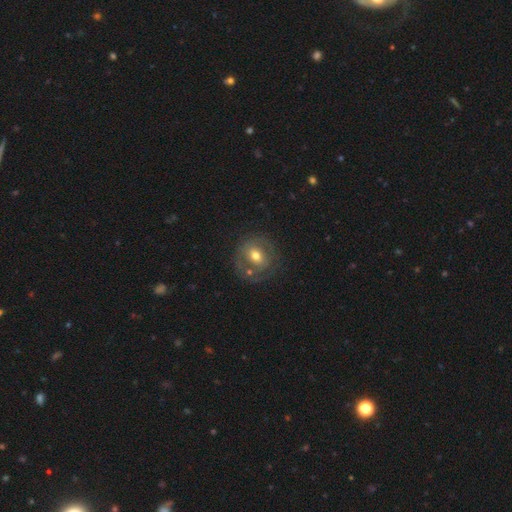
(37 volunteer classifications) Smooth or featured? 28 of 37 (76%) said featured or disk. Edge-on disk? 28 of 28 (100%) said no. Bar? 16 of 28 (57%) said weak. Spiral arms? 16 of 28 (57%) said yes. Spiral winding? 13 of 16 (81%) said tight. Spiral arm count? 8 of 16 (50%) said can't tell. Bulge size? 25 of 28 (89%) said moderate. Merging? 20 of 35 (57%) said none.